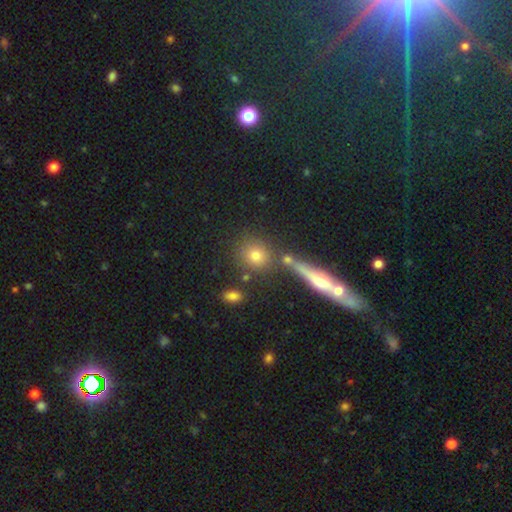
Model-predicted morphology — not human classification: smooth_or_featured: smooth (p=0.70) [alt: featured or disk p=0.15]
how_rounded: round (p=0.81) [alt: in between p=0.14]
merging: none (p=0.73) [alt: merger p=0.14]